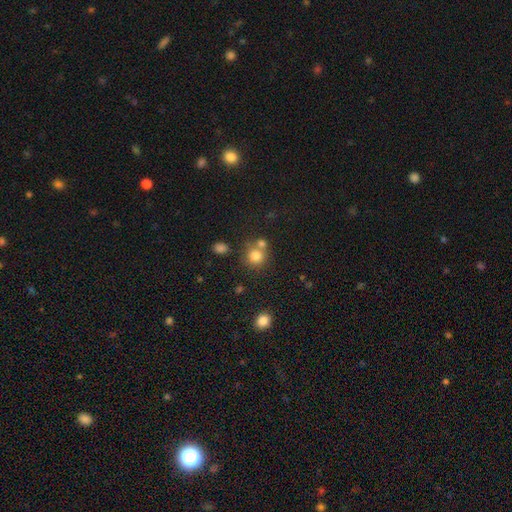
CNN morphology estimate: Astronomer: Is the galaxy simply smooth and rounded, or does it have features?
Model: smooth — 79%.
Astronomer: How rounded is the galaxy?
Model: round — 86%.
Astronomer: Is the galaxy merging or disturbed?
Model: none — 56% (runner-up: merger, 31%).